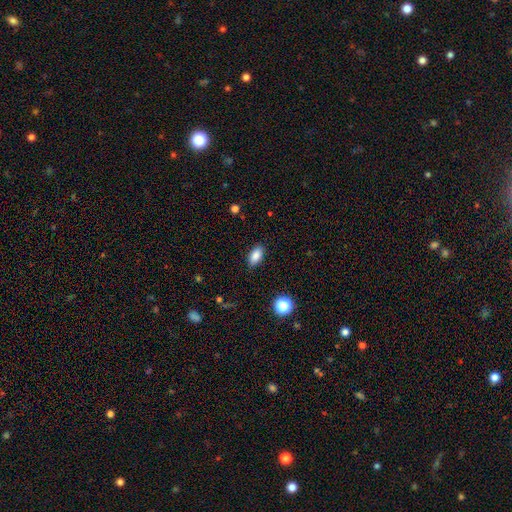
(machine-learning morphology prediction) A smooth galaxy with no disk features (86%) that is in between round and cigar-shaped (90%). Merging: none (87%).